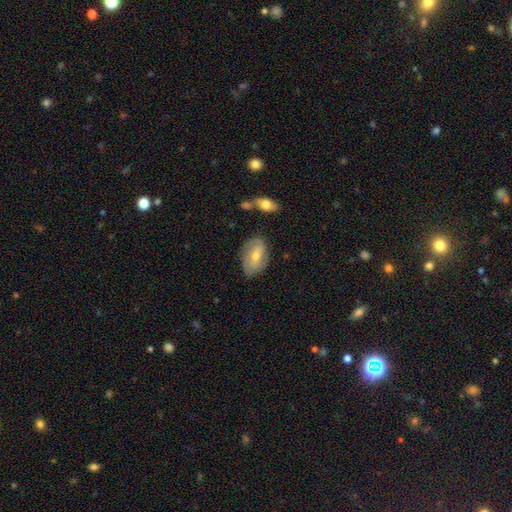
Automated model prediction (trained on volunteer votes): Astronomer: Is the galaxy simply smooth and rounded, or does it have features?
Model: featured or disk — 51% (runner-up: smooth, 41%).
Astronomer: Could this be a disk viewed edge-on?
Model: no — 92%.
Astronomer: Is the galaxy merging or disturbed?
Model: none — 72%.